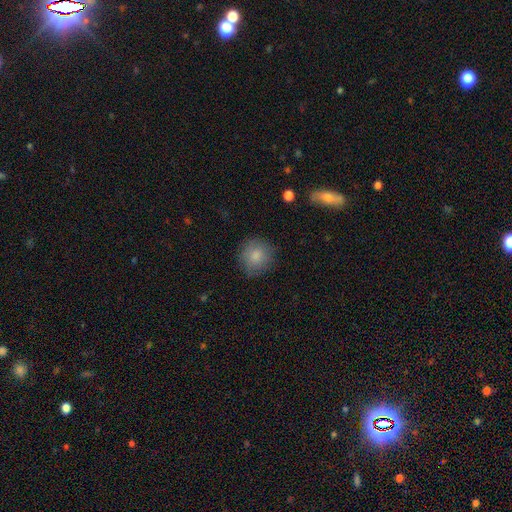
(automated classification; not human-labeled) smooth_or_featured: smooth (p=0.84) [alt: star or artifact p=0.08]
how_rounded: round (p=0.91) [alt: in between p=0.08]
merging: none (p=0.82) [alt: minor disturbance p=0.13]